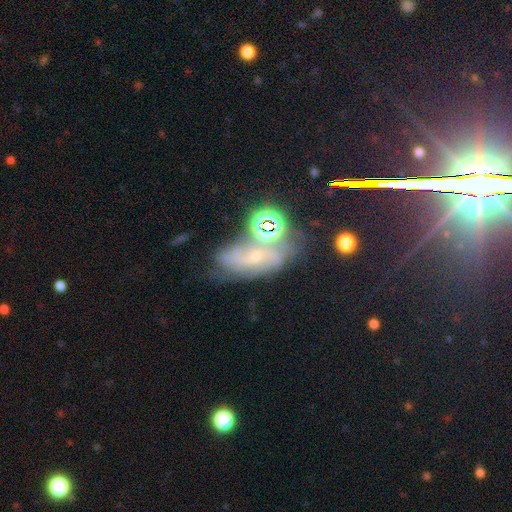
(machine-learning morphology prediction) Smooth or featured?
  - featured or disk: 55% *
  - star or artifact: 25%
  - smooth: 20%
Edge-on disk?
  - no: 91% *
  - yes: 9%
Merging?
  - none: 45% *
  - minor disturbance: 22%
  - merger: 18%
  - major disturbance: 16%